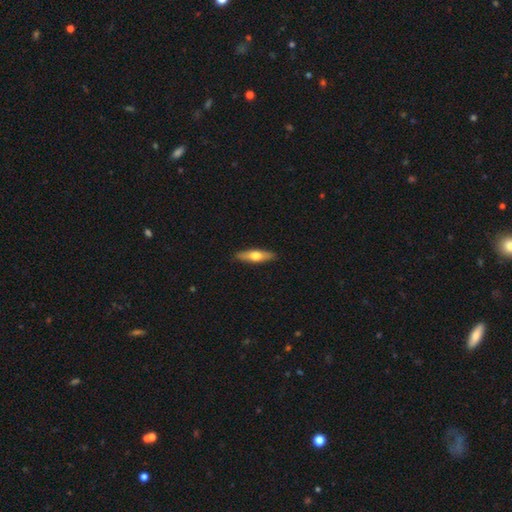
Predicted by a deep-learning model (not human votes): This is possibly a smooth galaxy (51%). How rounded: likely cigar-shaped (66%). Merging: clearly none (90%).